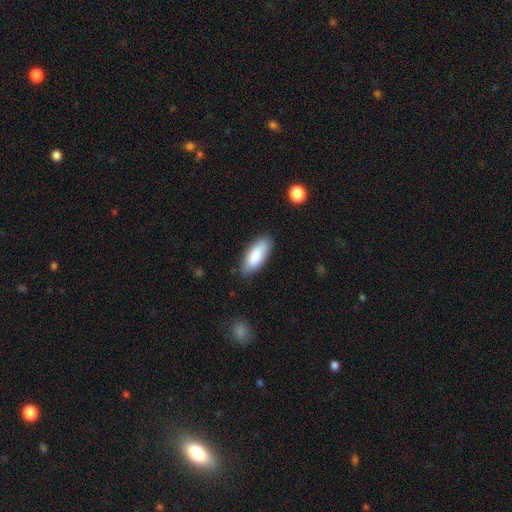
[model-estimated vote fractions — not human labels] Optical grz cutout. It shows a smooth galaxy with no disk features (86%) that is in between round and cigar-shaped (81%). Merging: none (84%).